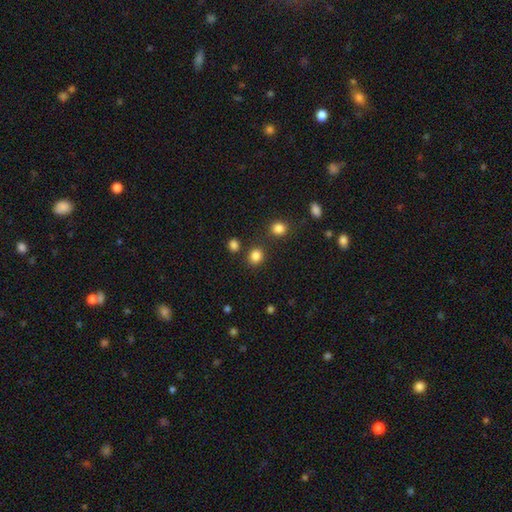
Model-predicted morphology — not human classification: smooth 83%, star or artifact 13%, featured or disk 4%. Down the decision tree: how rounded — round (76%); merging — none (81%).